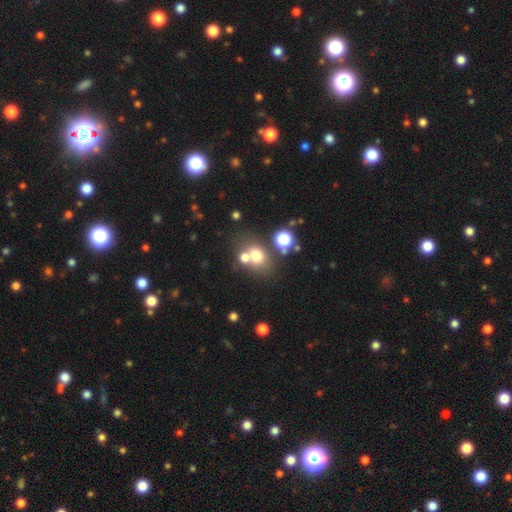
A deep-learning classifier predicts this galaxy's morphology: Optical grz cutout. It shows a smooth galaxy with no disk features (67%) that is round (61%). Merging: none (48%).